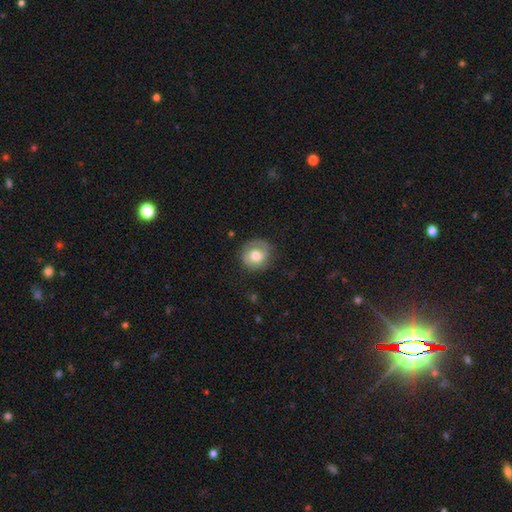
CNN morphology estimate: A smooth galaxy with no disk features (65%) that is round (86%). Merging: none (74%).